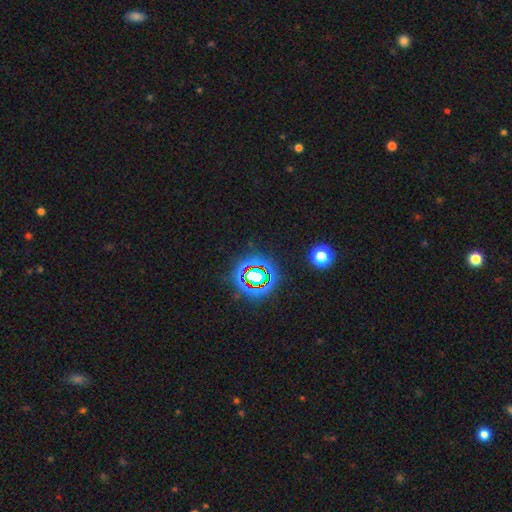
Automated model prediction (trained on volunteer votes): This appears to be a star or artifact, not a galaxy (77%).